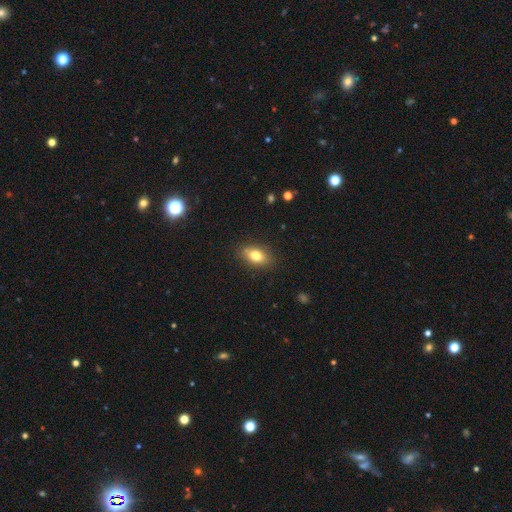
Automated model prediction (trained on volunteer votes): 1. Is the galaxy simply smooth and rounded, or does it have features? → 77% smooth, 14% featured or disk, 9% star or artifact.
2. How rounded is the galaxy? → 84% in between, 11% round, 4% cigar-shaped.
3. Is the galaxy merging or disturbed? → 85% none, 11% minor disturbance, 3% major disturbance, 1% merger.